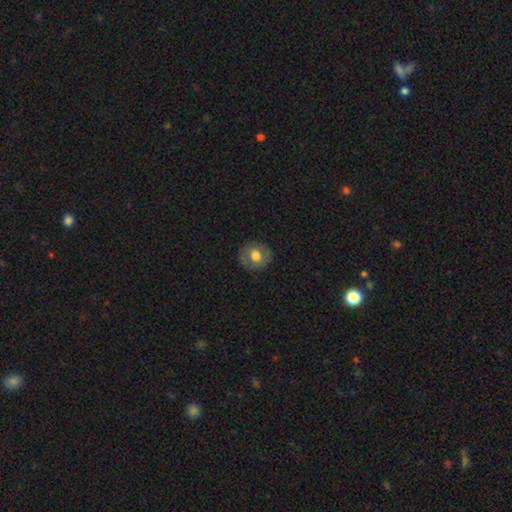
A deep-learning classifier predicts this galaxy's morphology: Smooth or featured? smooth (60%)
How rounded? round (84%)
Merging? none (84%)